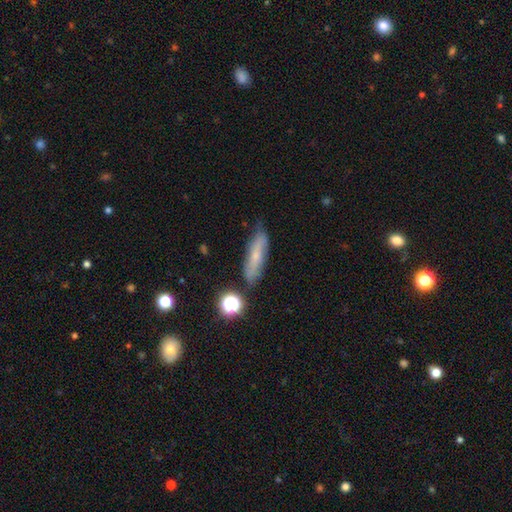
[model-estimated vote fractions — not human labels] A smooth galaxy with no disk features (55%) that is cigar-shaped (65%).

Vote fractions:
- Smooth or featured? smooth: 55% / featured or disk: 35% / star or artifact: 10%
- How rounded? cigar-shaped: 65% / in between: 31% / round: 4%
- Merging? none: 74% / minor disturbance: 18% / major disturbance: 4% / merger: 4%